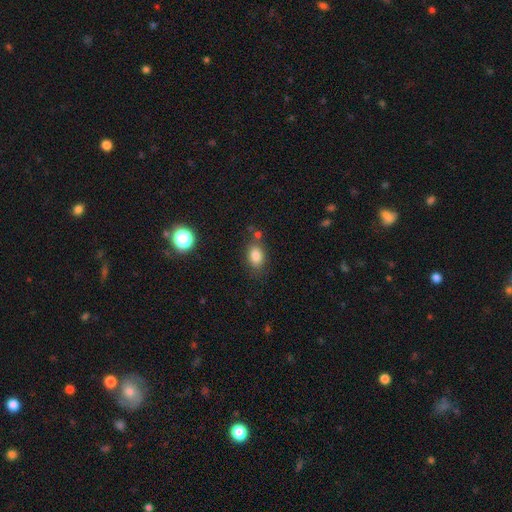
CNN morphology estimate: smooth 82%, star or artifact 11%, featured or disk 8%. Down the decision tree: how rounded — in between (76%); merging — none (73%).